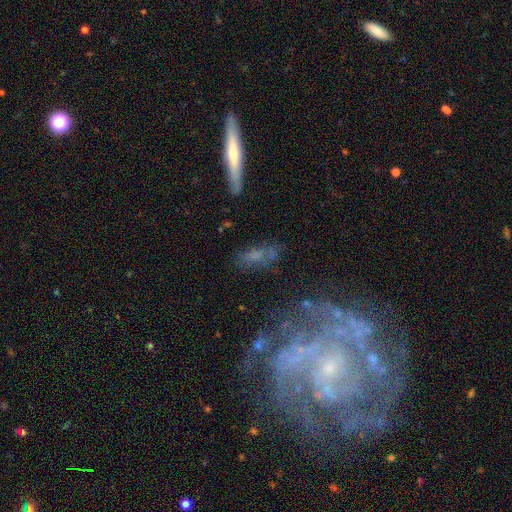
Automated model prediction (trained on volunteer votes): Smooth or featured? Predicted: smooth (p=0.55). How rounded? Predicted: in between (p=0.67). Merging? Predicted: none (p=0.54).